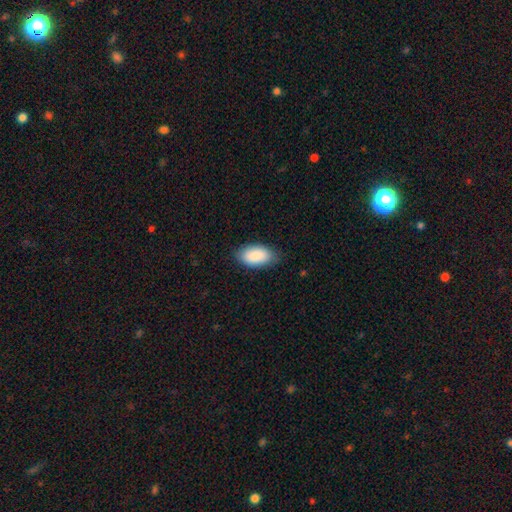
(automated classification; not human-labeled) Q: Smooth or featured?
A: smooth (89%); runner-up: star or artifact (6%)
Q: How rounded?
A: in between (95%); runner-up: round (3%)
Q: Merging?
A: none (80%); runner-up: minor disturbance (16%)